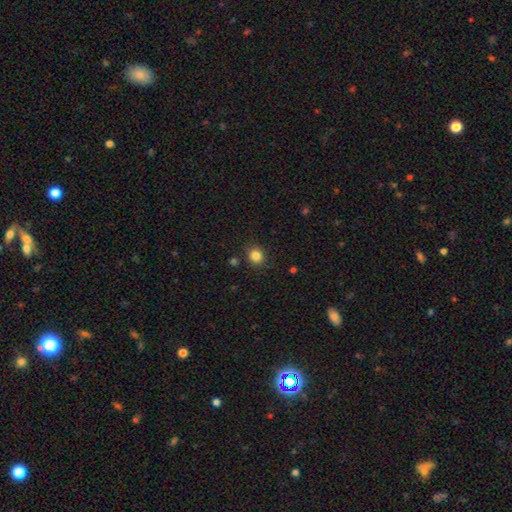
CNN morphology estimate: Smooth or featured? smooth (84%)
How rounded? round (83%)
Merging? none (87%)